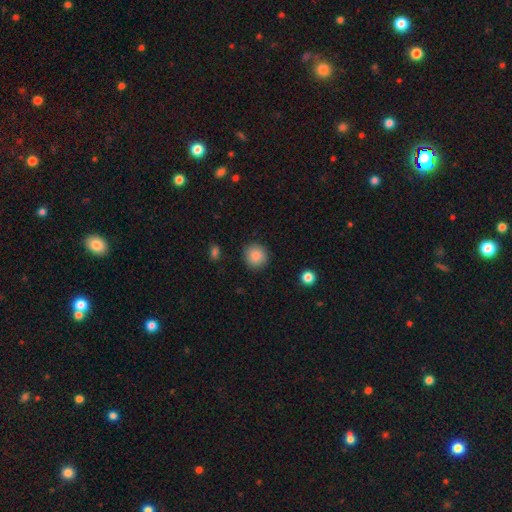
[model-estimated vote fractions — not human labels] smooth_or_featured: smooth (p=0.87) [alt: star or artifact p=0.08]
how_rounded: round (p=0.91) [alt: in between p=0.08]
merging: none (p=0.89) [alt: minor disturbance p=0.08]